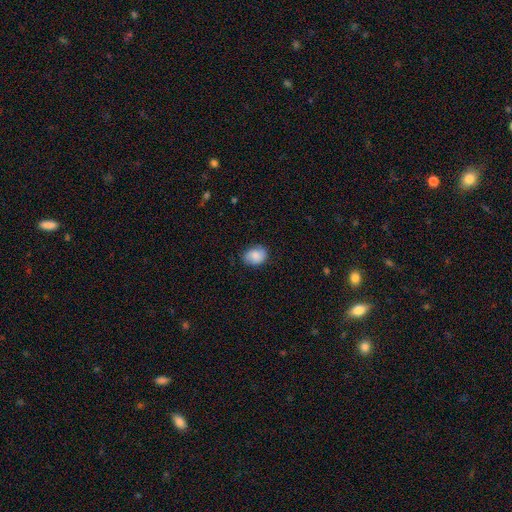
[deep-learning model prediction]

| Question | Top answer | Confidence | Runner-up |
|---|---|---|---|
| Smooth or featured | smooth | 79% | featured or disk (13%) |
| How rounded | in between | 53% | round (46%) |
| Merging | none | 77% | minor disturbance (18%) |